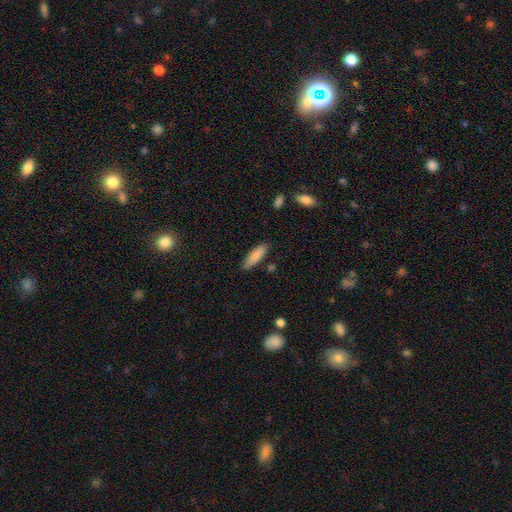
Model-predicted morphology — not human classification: smooth 84%, featured or disk 10%, star or artifact 6%. Down the decision tree: how rounded — cigar-shaped (59%); merging — none (85%).